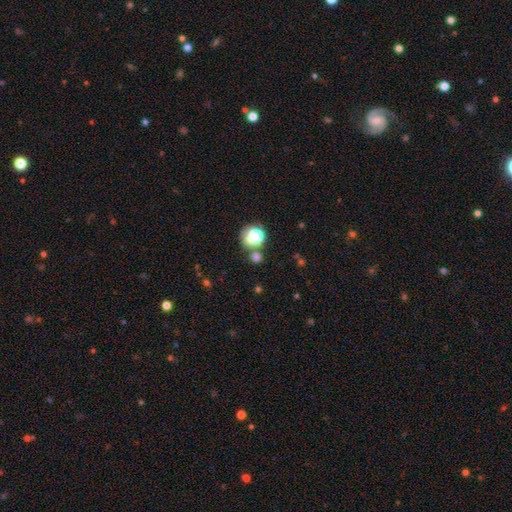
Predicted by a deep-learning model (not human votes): A smooth galaxy with no disk features (55%) that is round (77%).

Vote fractions:
- Smooth or featured? smooth: 55% / star or artifact: 36% / featured or disk: 8%
- How rounded? round: 77% / in between: 22% / cigar-shaped: 2%
- Merging? none: 67% / merger: 17% / minor disturbance: 10% / major disturbance: 5%